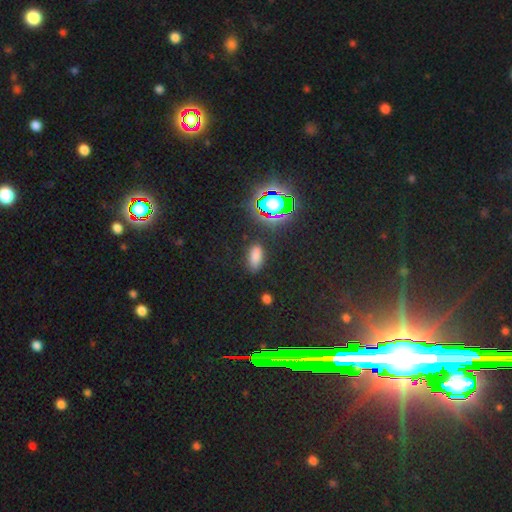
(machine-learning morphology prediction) Smooth or featured? smooth (68%)
How rounded? in between (88%)
Merging? none (84%)